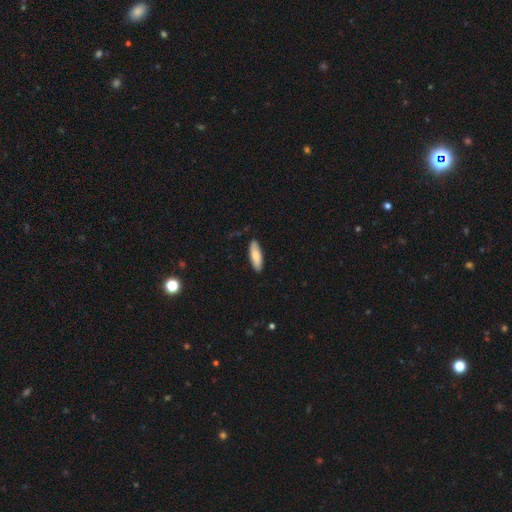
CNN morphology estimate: smooth 79%, featured or disk 16%, star or artifact 5%. Down the decision tree: how rounded — in between (51%); merging — none (87%).